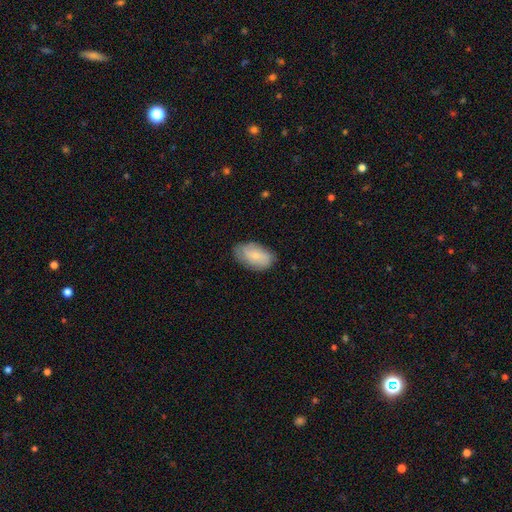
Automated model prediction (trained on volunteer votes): Smooth or featured? smooth (64%)
How rounded? in between (92%)
Merging? none (75%)